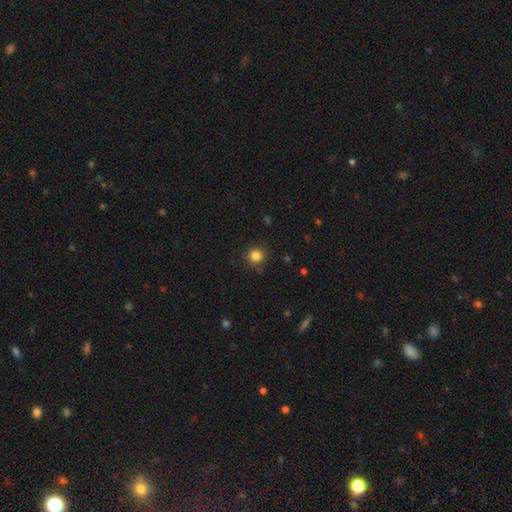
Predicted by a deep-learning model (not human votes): smooth_or_featured: smooth (p=0.84) [alt: star or artifact p=0.12]
how_rounded: round (p=0.94) [alt: in between p=0.05]
merging: none (p=0.89) [alt: minor disturbance p=0.07]